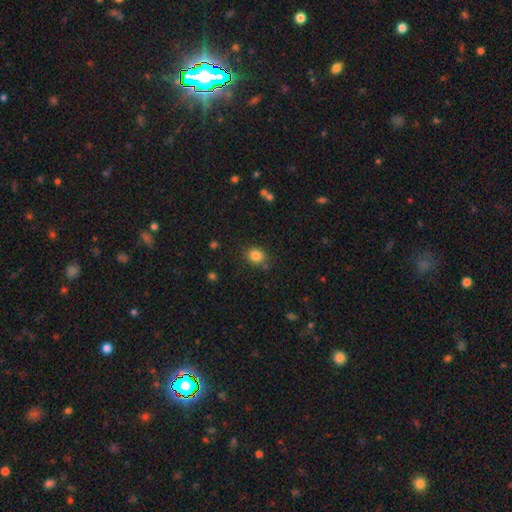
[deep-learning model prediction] smooth_or_featured: smooth (p=0.84) [alt: star or artifact p=0.11]
how_rounded: round (p=0.67) [alt: in between p=0.32]
merging: none (p=0.80) [alt: minor disturbance p=0.12]